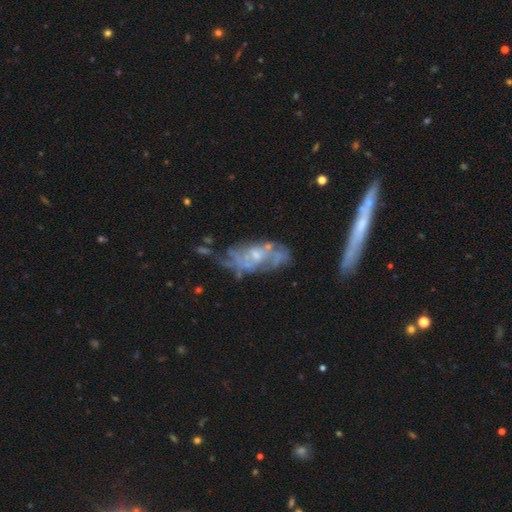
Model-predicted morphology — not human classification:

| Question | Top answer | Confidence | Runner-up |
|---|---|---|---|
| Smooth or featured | featured or disk | 78% | smooth (15%) |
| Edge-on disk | no | 91% | yes (9%) |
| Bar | no | 67% | weak (28%) |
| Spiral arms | yes | 77% | no (23%) |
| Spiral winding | medium | 40% | tight (38%) |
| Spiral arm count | can't tell | 44% | 2 (32%) |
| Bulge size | small | 52% | moderate (34%) |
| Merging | none | 49% | minor disturbance (23%) |